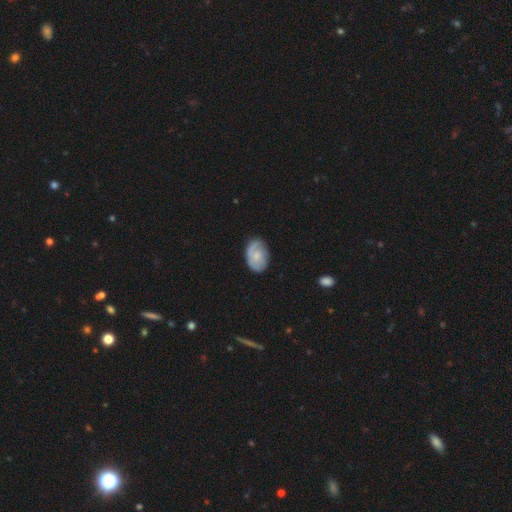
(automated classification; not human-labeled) A featured or disk galaxy (48%).

Vote fractions:
- Smooth or featured? featured or disk: 48% / smooth: 46% / star or artifact: 6%
- Merging? none: 67% / minor disturbance: 24% / major disturbance: 8% / merger: 2%